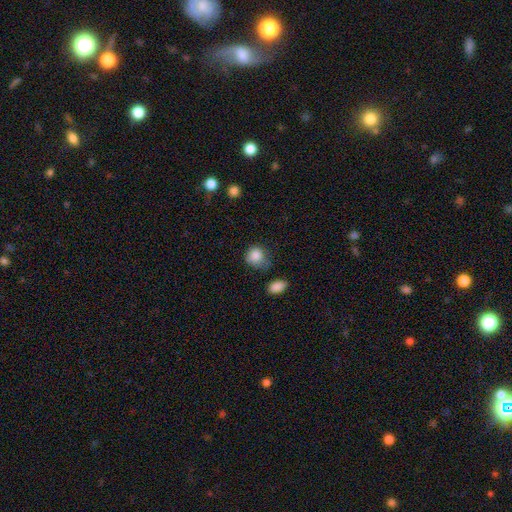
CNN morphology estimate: Smooth or featured: smooth — 85% (star or artifact — 9%)
How rounded: round — 77% (in between — 22%)
Merging: none — 55% (minor disturbance — 31%)